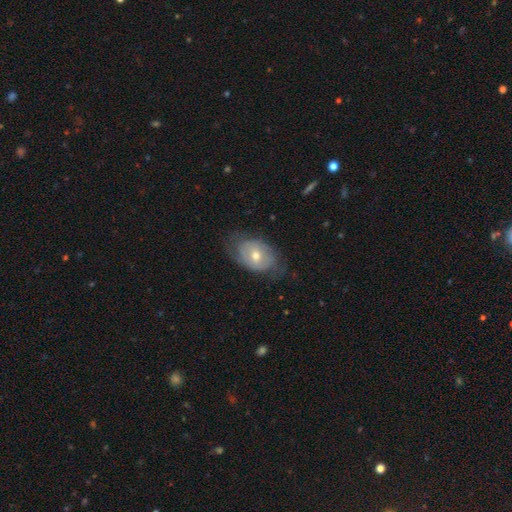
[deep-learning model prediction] featured or disk 53%, smooth 39%, star or artifact 7%. Down the decision tree: edge-on disk — no (93%); merging — none (63%).